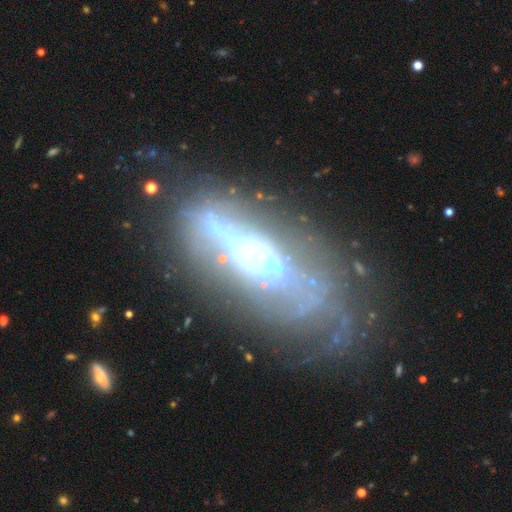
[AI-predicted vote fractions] Smooth or featured: featured or disk — 73% (smooth — 16%)
Edge-on disk: no — 72% (yes — 28%)
Bar: no — 48% (strong — 30%)
Spiral arms: no — 54% (yes — 46%)
Bulge size: large — 40% (moderate — 37%)
Merging: none — 46% (major disturbance — 27%)